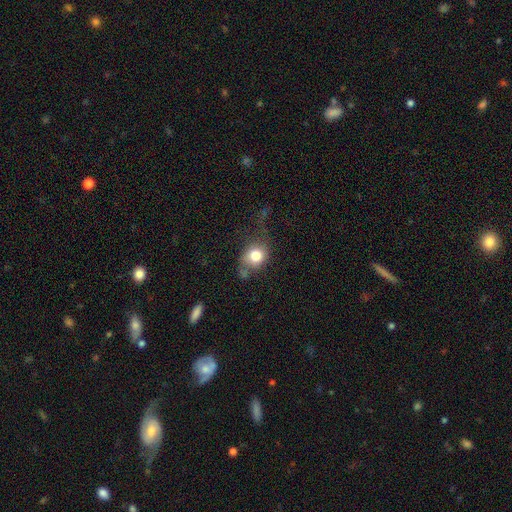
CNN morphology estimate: smooth_or_featured: smooth (p=0.78) [alt: featured or disk p=0.12]
how_rounded: round (p=0.62) [alt: in between p=0.37]
merging: none (p=0.51) [alt: minor disturbance p=0.26]